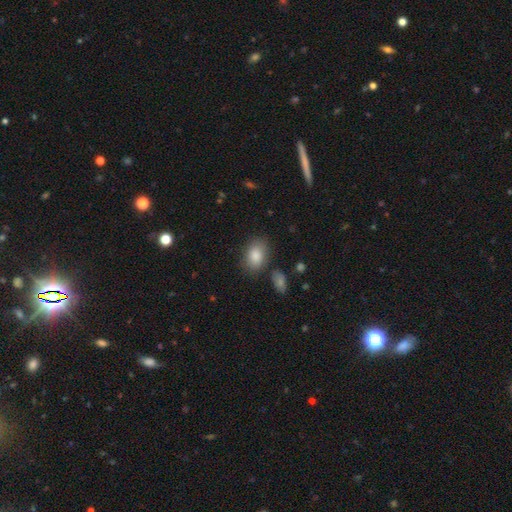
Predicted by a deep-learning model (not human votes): Morphology: type=smooth (86%); roundness=in between (84%); merging=none (75%).